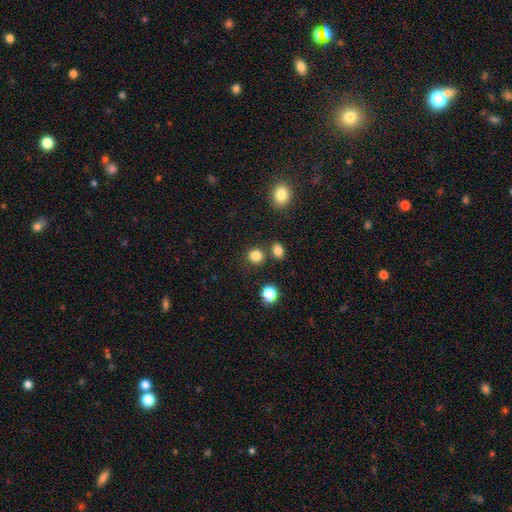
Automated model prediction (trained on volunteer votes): Smooth or featured?
  - smooth: 82% *
  - star or artifact: 13%
  - featured or disk: 4%
How rounded?
  - round: 85% *
  - in between: 14%
  - cigar-shaped: 1%
Merging?
  - none: 80% *
  - merger: 10%
  - minor disturbance: 8%
  - major disturbance: 3%